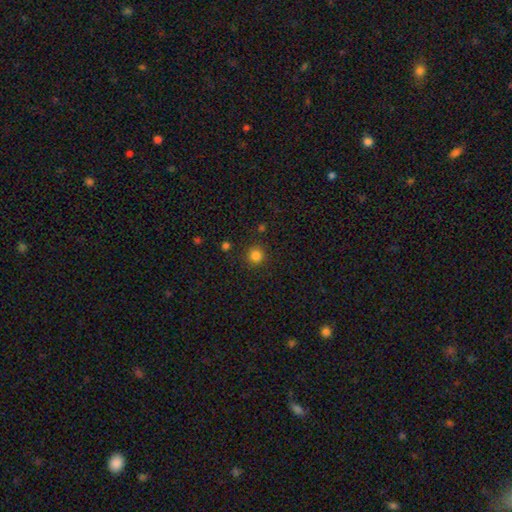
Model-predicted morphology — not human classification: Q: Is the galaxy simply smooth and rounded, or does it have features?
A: smooth — 83%.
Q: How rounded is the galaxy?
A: round — 94%.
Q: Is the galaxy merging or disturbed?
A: none — 89%.